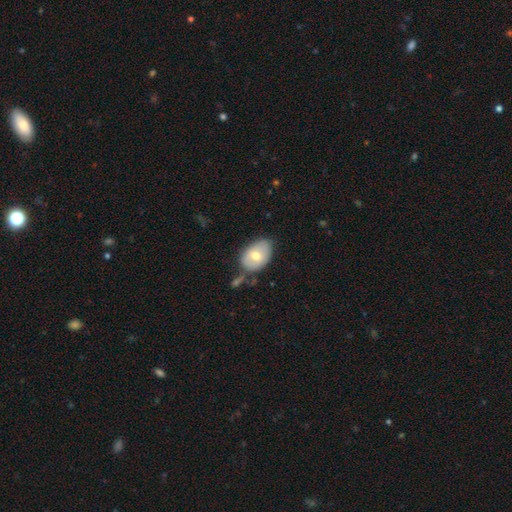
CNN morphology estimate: smooth-or-featured: smooth: 66% | featured or disk: 27% | star or artifact: 7%
  how-rounded: in between: 84% | round: 15% | cigar-shaped: 1%
  merging: none: 61% | minor disturbance: 24% | merger: 9% | major disturbance: 6%